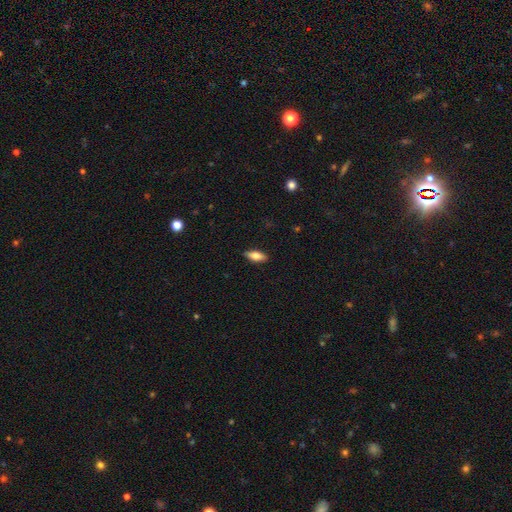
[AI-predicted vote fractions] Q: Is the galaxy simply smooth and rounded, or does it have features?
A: smooth — 73%.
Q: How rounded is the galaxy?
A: in between — 77%.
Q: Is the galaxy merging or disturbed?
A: none — 88%.